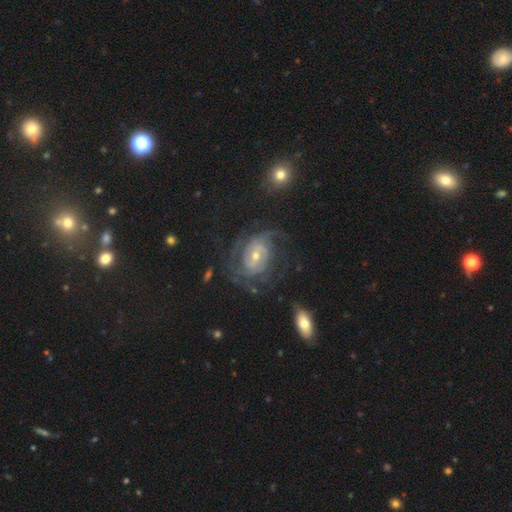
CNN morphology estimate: type=featured or disk (86%); edge-on=no (97%); bar=weak (43%, tied with no); spiral arms=yes (94%); winding=tight (51%); arm count=can't tell (29%); bulge=small (49%); merging=none (61%).